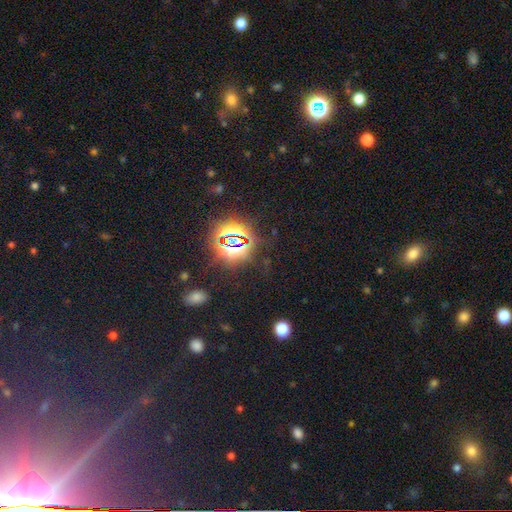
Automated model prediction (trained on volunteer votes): smooth_or_featured: star or artifact (p=0.77) [alt: smooth p=0.14]